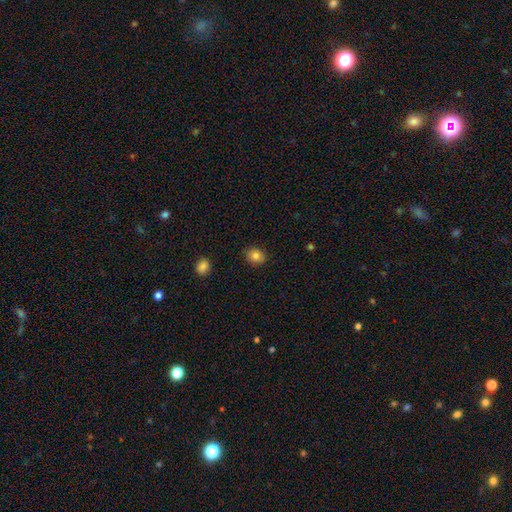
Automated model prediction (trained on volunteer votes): Morphology: type=smooth (81%); roundness=round (62%); merging=none (89%).